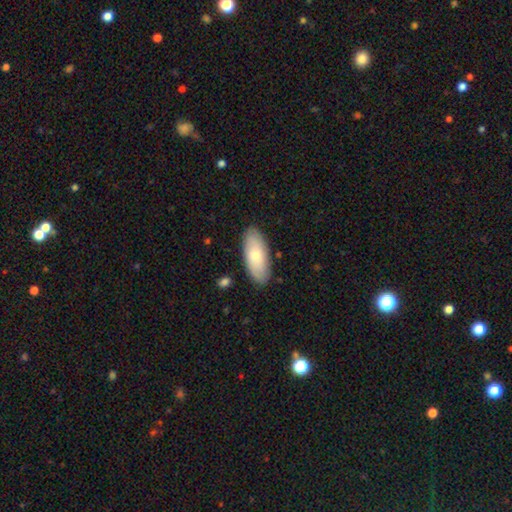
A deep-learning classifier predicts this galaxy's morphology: Overall: smooth (71%). How rounded: in between (86%). Merging: none (86%).